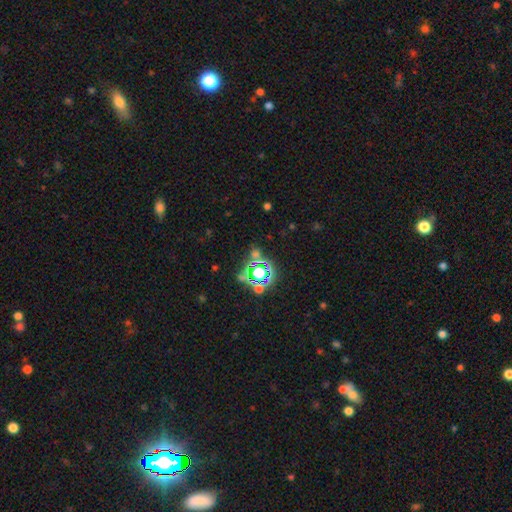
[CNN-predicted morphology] smooth_or_featured: star or artifact (p=0.70) [alt: smooth p=0.21]